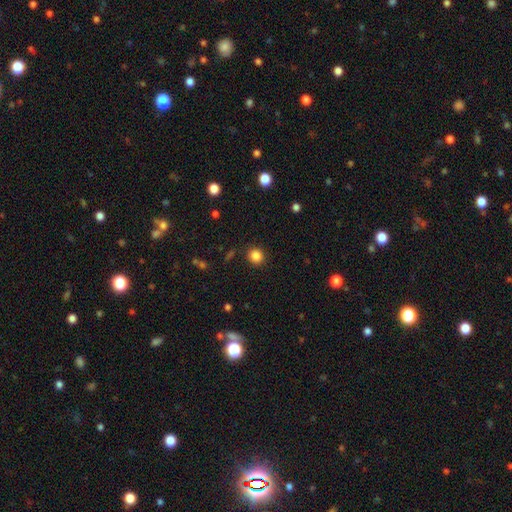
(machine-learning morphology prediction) Smooth or featured? Predicted: smooth (p=0.85). How rounded? Predicted: round (p=0.88). Merging? Predicted: none (p=0.90).